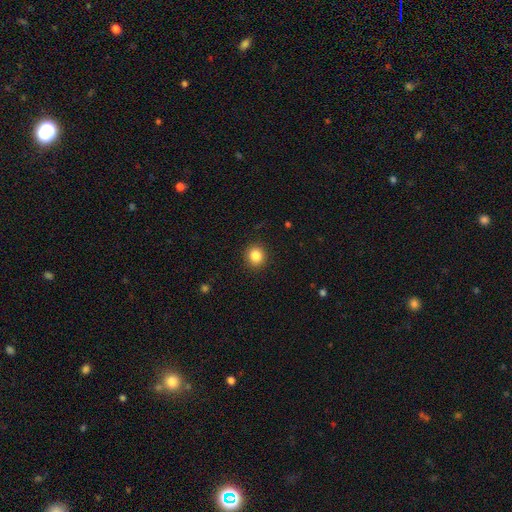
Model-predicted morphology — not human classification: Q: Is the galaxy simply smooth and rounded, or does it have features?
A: smooth — 85%.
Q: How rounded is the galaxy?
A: round — 88%.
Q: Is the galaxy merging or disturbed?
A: none — 90%.